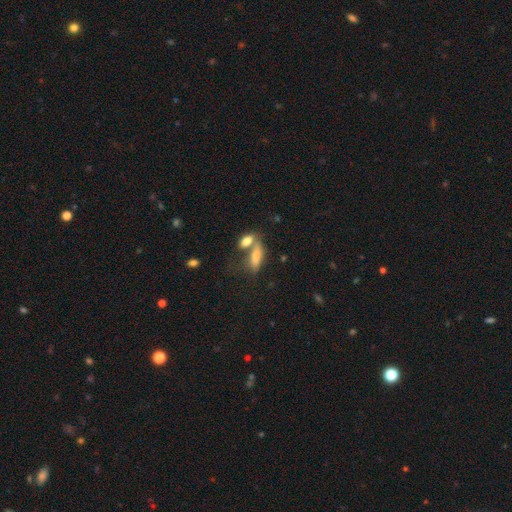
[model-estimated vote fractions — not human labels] This is likely a smooth galaxy (66%). How rounded: likely in between (62%). Merging: marginally merger (43%).